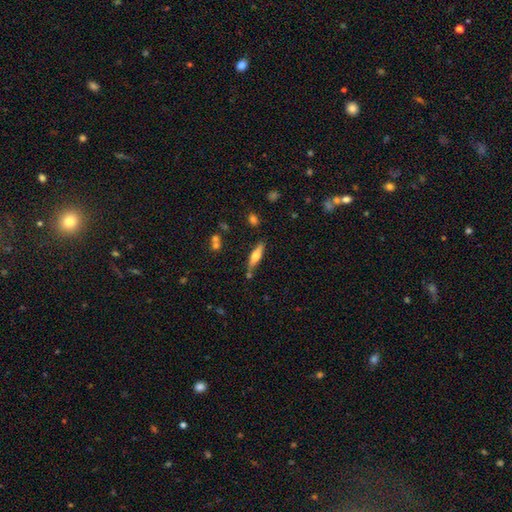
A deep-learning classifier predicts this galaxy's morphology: Smooth or featured? featured or disk (49%)
Merging? none (76%)